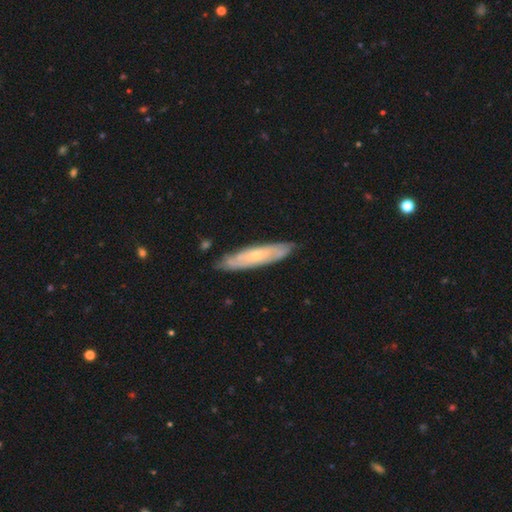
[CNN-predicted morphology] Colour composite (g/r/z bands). It shows a featured or disk galaxy (64%). Merging: none (82%).